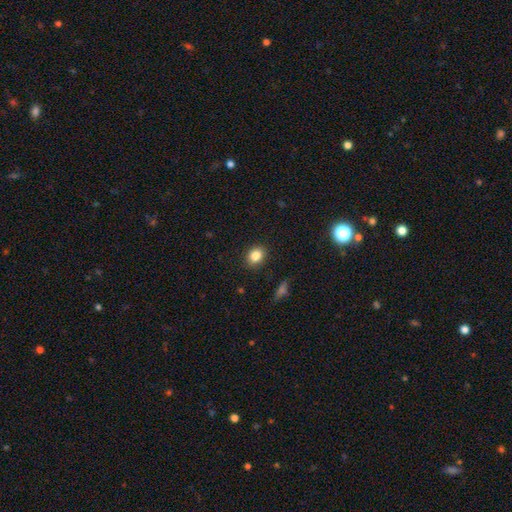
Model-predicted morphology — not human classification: This is clearly a smooth galaxy (84%). How rounded: possibly round (50%). Merging: clearly none (89%).